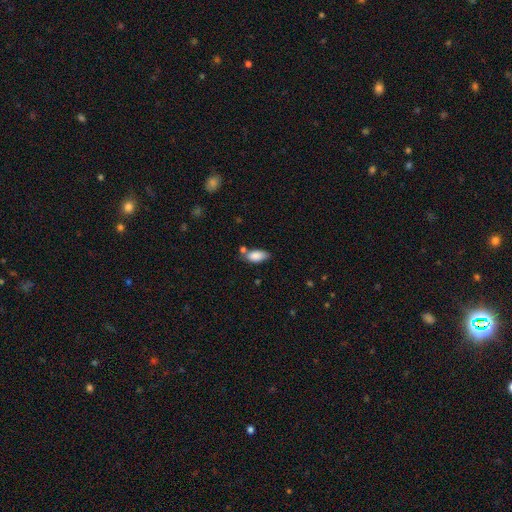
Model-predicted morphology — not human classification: Q: Smooth or featured?
A: smooth (86%); runner-up: star or artifact (7%)
Q: How rounded?
A: in between (90%); runner-up: cigar-shaped (7%)
Q: Merging?
A: none (59%); runner-up: minor disturbance (20%)